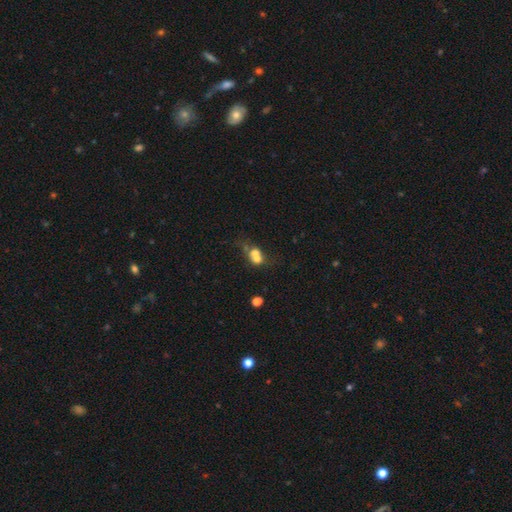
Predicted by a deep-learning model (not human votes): smooth_or_featured: smooth (p=0.62) [alt: featured or disk p=0.25]
how_rounded: round (p=0.63) [alt: in between p=0.35]
merging: merger (p=0.66) [alt: none p=0.22]